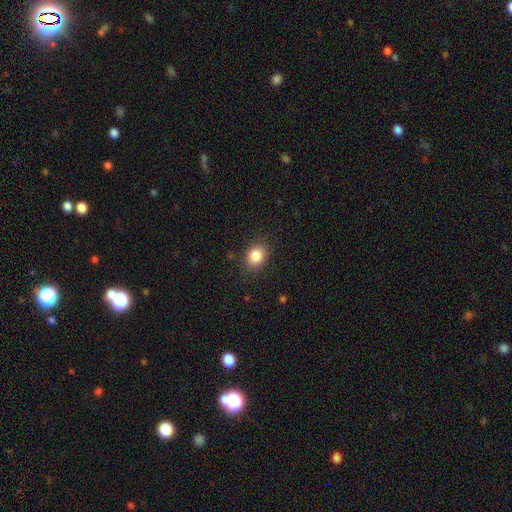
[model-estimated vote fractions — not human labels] Smooth or featured? Predicted: smooth (p=0.85). How rounded? Predicted: in between (p=0.55). Merging? Predicted: none (p=0.86).